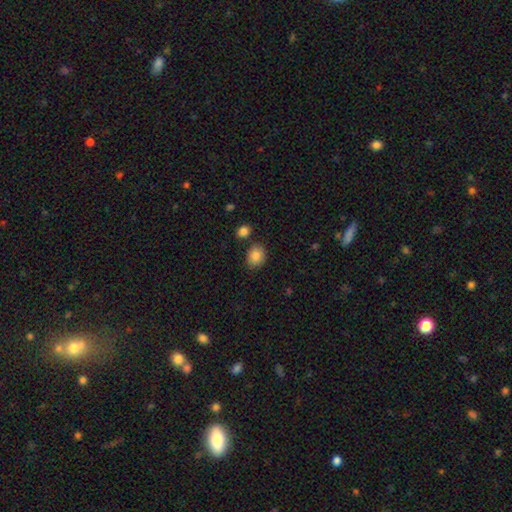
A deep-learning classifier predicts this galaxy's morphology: type=smooth (86%); roundness=round (53%); merging=none (80%).